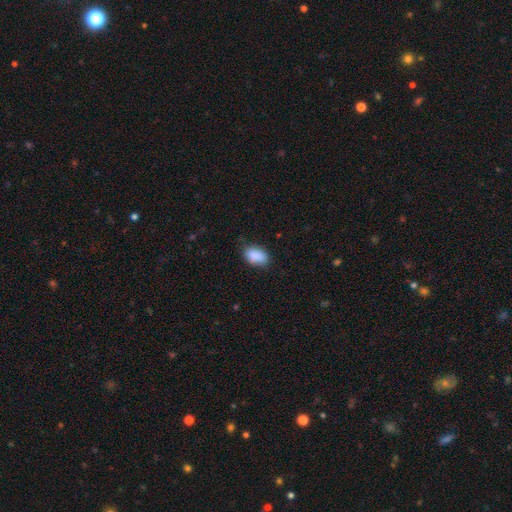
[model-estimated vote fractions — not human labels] Smooth or featured?
  - smooth: 89% *
  - star or artifact: 7%
  - featured or disk: 4%
How rounded?
  - in between: 89% *
  - round: 9%
  - cigar-shaped: 2%
Merging?
  - none: 76% *
  - minor disturbance: 19%
  - major disturbance: 3%
  - merger: 1%